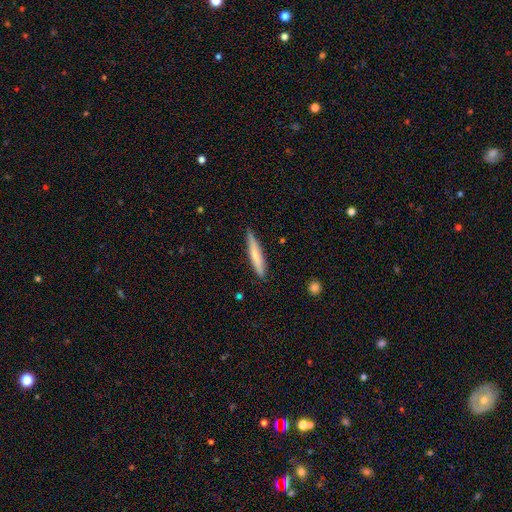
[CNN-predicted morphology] A smooth galaxy with no disk features (70%) that is cigar-shaped (92%). Merging: none (84%).